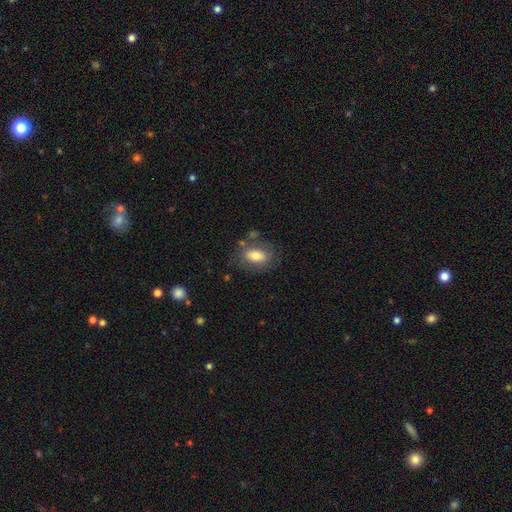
Smooth or featured? smooth (75%)
How rounded? in between (93%)
Merging? none (76%)